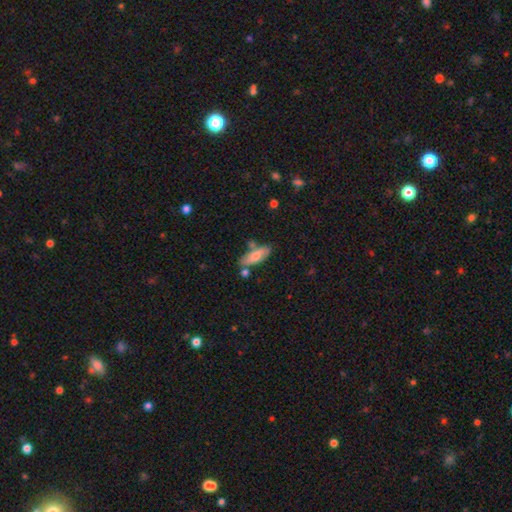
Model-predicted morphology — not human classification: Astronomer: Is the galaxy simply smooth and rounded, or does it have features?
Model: smooth — 68%.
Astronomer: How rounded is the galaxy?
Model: in between — 64%.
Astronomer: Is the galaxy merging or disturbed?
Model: none — 63%.